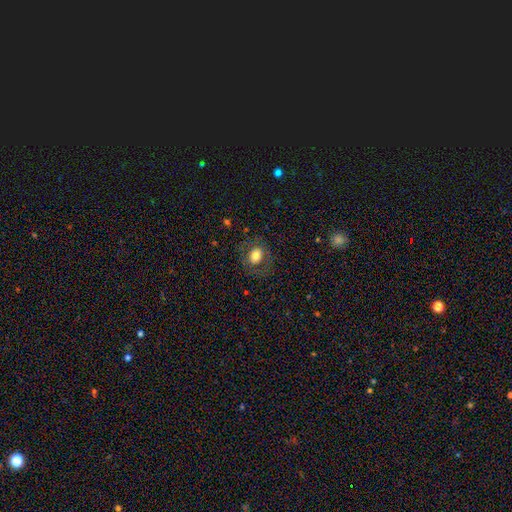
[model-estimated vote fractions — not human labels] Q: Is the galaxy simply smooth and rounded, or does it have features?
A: smooth — 70%.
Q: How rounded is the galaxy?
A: round — 53%.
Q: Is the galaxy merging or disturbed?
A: none — 77%.